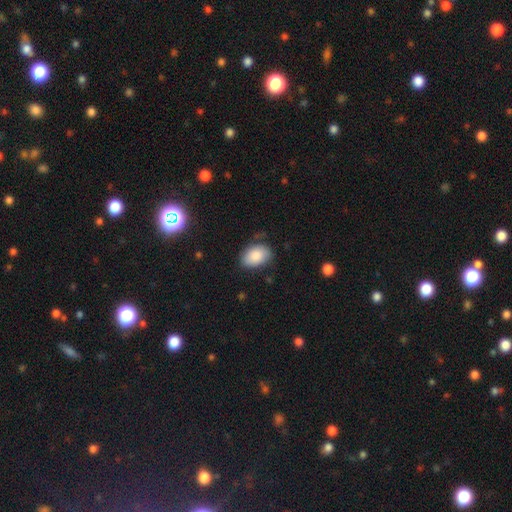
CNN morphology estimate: This appears to be a smooth galaxy with no disk features (85%) that is in between round and cigar-shaped (86%). Merging: none (75%).